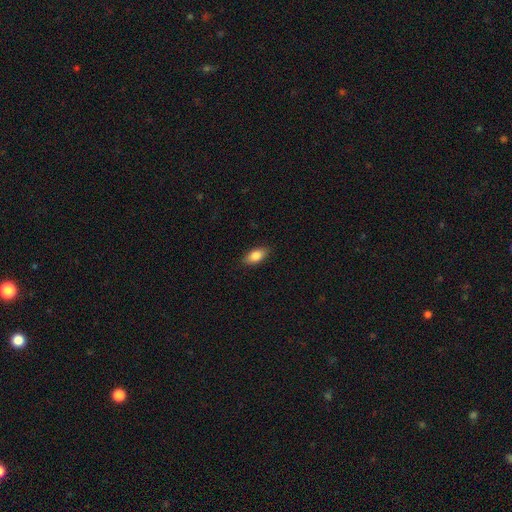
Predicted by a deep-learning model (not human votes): Overall: smooth (84%). How rounded: in between (89%). Merging: none (86%).